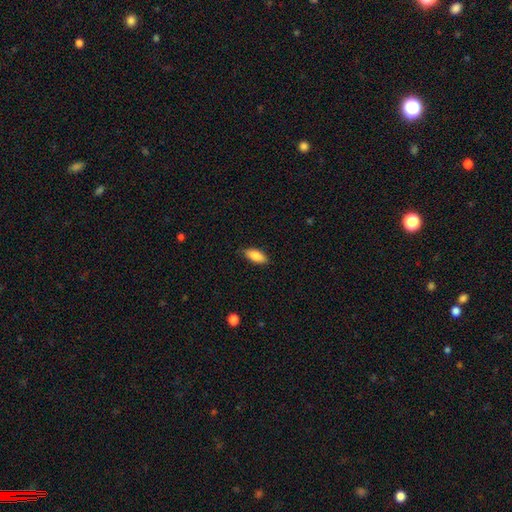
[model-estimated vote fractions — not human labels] Smooth or featured? Predicted: smooth (p=0.85). How rounded? Predicted: in between (p=0.84). Merging? Predicted: none (p=0.86).